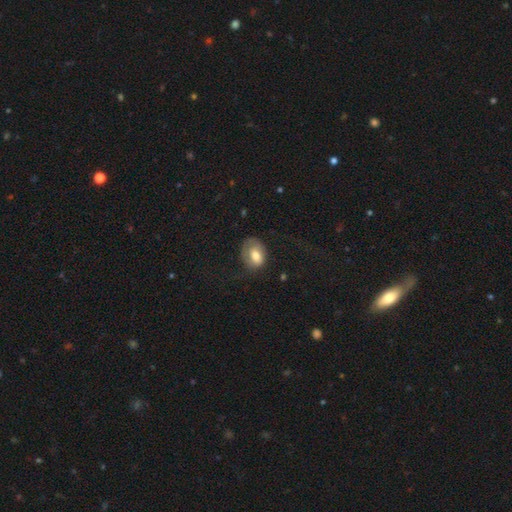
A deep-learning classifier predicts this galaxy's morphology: Smooth or featured?
  - smooth: 69% *
  - featured or disk: 23%
  - star or artifact: 8%
How rounded?
  - in between: 76% *
  - round: 23%
  - cigar-shaped: 1%
Merging?
  - none: 47% *
  - minor disturbance: 29%
  - major disturbance: 22%
  - merger: 2%